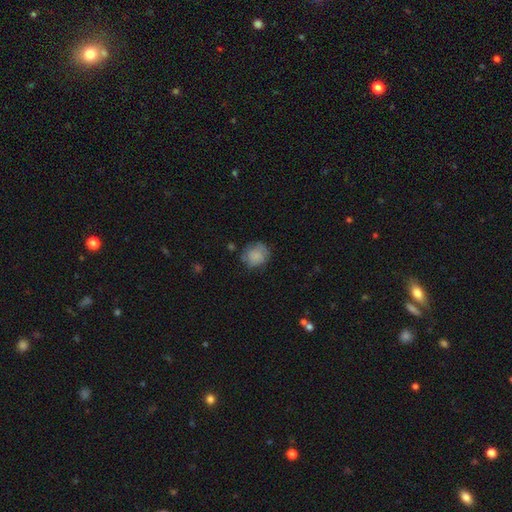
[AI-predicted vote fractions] smooth 72%, featured or disk 19%, star or artifact 9%. Down the decision tree: how rounded — round (72%); merging — none (64%).